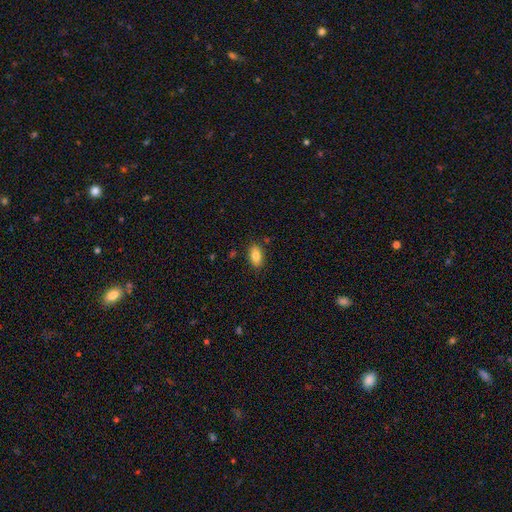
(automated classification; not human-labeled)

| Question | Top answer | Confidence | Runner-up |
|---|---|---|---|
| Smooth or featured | smooth | 84% | featured or disk (8%) |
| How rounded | in between | 90% | round (5%) |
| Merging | none | 85% | minor disturbance (11%) |